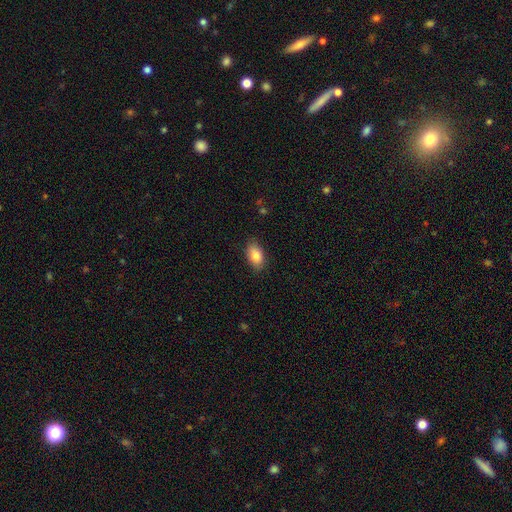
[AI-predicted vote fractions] A smooth galaxy with no disk features (84%) that is in between round and cigar-shaped (90%).

Vote fractions:
- Smooth or featured? smooth: 84% / featured or disk: 9% / star or artifact: 7%
- How rounded? in between: 90% / round: 8% / cigar-shaped: 2%
- Merging? none: 85% / minor disturbance: 11% / major disturbance: 2% / merger: 1%